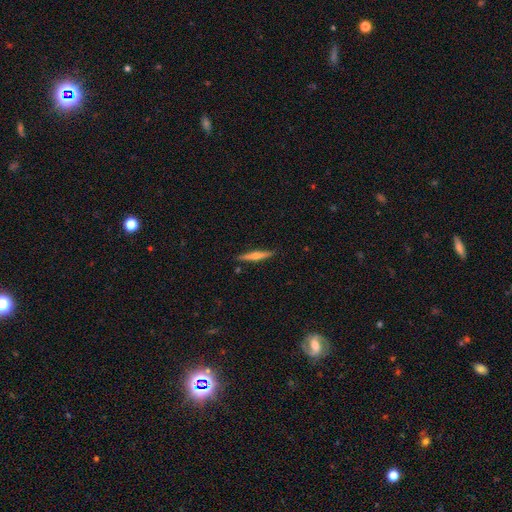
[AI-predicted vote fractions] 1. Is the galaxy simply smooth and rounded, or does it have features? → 60% featured or disk, 34% smooth, 6% star or artifact.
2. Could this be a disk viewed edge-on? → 97% yes, 3% no.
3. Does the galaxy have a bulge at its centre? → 87% rounded, 9% none, 5% boxy.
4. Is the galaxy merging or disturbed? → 90% none, 7% minor disturbance, 1% major disturbance, 1% merger.